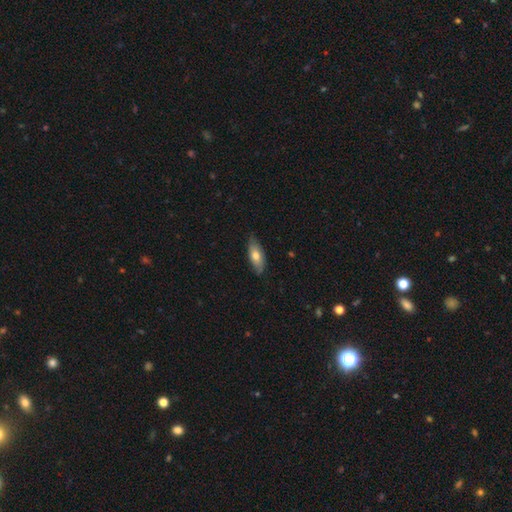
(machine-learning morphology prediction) A smooth galaxy with no disk features (68%) that is in between round and cigar-shaped (77%). Merging: none (73%).